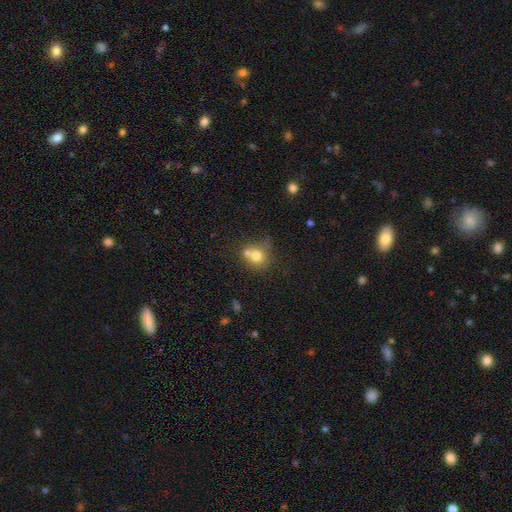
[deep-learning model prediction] This is likely a smooth galaxy (72%). How rounded: clearly round (81%). Merging: marginally none (44%).